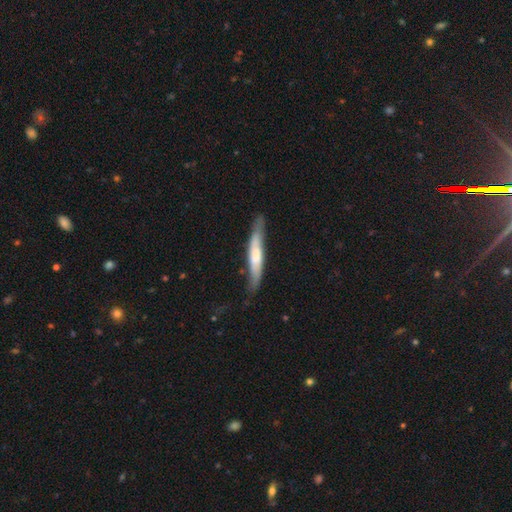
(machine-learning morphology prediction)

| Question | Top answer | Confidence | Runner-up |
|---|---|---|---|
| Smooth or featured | smooth | 53% | featured or disk (42%) |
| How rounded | cigar-shaped | 91% | in between (8%) |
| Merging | none | 70% | minor disturbance (23%) |